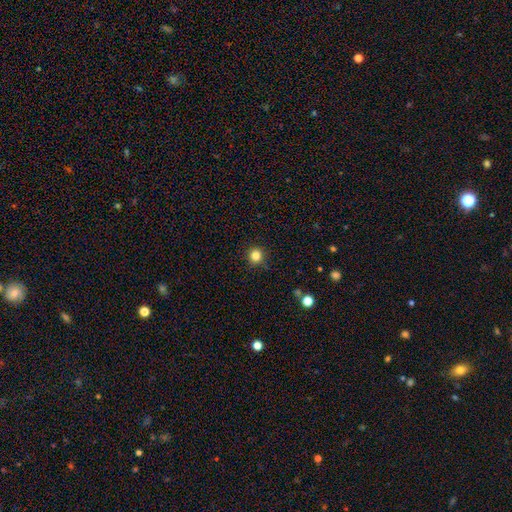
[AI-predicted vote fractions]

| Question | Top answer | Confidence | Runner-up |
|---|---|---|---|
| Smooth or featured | smooth | 83% | star or artifact (13%) |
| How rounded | round | 94% | in between (5%) |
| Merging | none | 91% | minor disturbance (6%) |